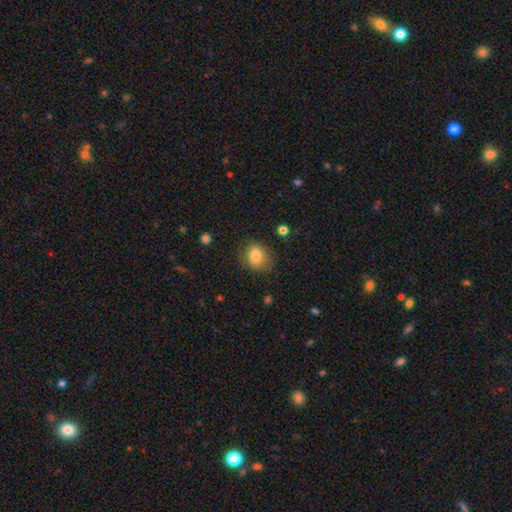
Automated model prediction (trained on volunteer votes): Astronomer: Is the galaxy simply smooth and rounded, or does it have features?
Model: smooth — 82%.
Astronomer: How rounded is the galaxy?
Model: in between — 59% (runner-up: round, 40%).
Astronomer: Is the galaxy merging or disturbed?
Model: none — 69%.